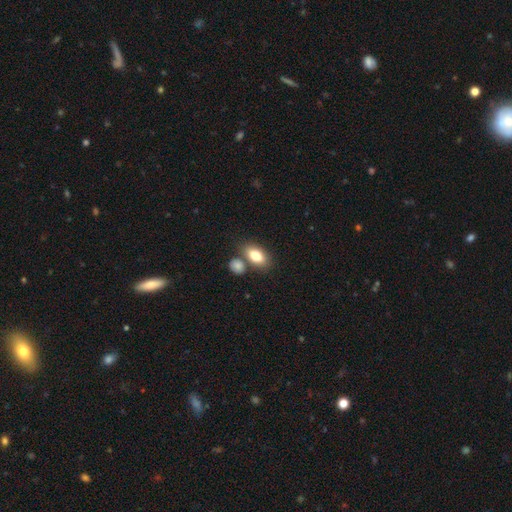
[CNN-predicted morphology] The model was most divided on "merging": none: 62%, merger: 23%, minor disturbance: 12%, major disturbance: 4%. More confident: how rounded — in between (89%); smooth or featured — smooth (82%).